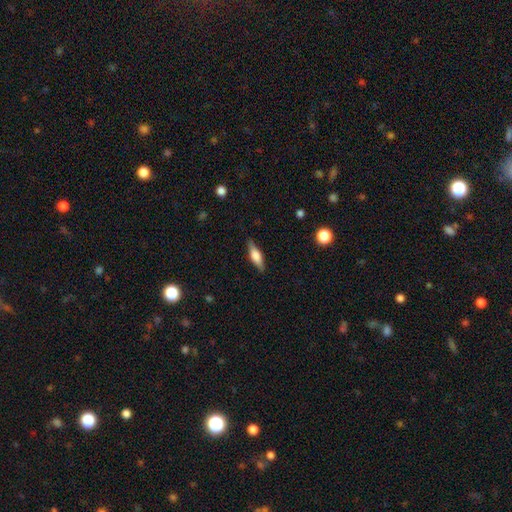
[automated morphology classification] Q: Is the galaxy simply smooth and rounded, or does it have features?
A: smooth — 53%.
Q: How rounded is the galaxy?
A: cigar-shaped — 50%.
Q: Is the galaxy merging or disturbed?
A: none — 84%.